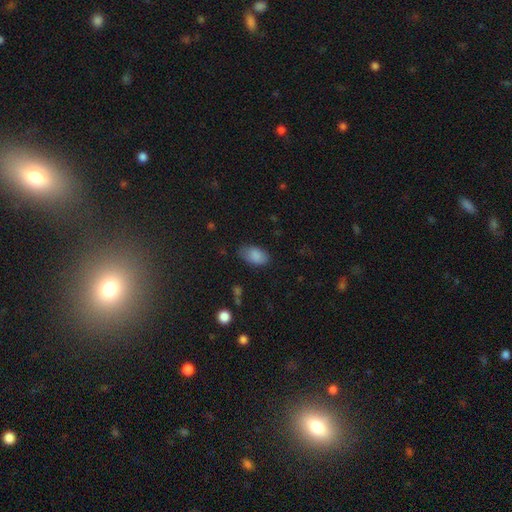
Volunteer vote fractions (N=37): This appears to be a smooth galaxy with no disk features (86%) that is in between round and cigar-shaped (97%). Merging: none (67%).